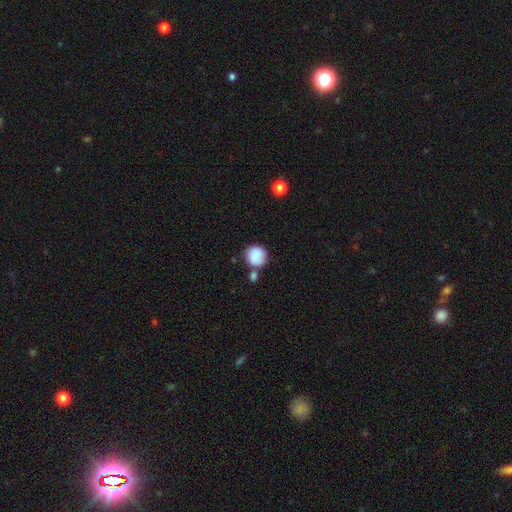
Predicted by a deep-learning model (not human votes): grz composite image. It shows a smooth galaxy with no disk features (83%) that is round (89%). Merging: none (57%).